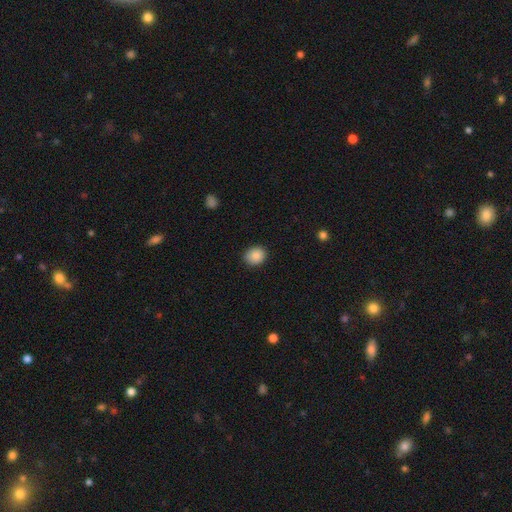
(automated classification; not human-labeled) smooth-or-featured: smooth: 88% | star or artifact: 8% | featured or disk: 4%
  how-rounded: round: 65% | in between: 34% | cigar-shaped: 1%
  merging: none: 87% | minor disturbance: 10% | major disturbance: 2% | merger: 1%